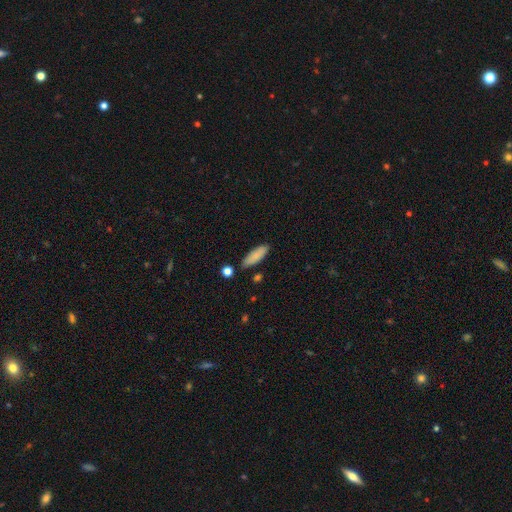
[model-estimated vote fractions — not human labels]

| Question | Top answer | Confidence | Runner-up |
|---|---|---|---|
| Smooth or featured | smooth | 86% | featured or disk (8%) |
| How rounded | in between | 56% | cigar-shaped (42%) |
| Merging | none | 83% | minor disturbance (11%) |